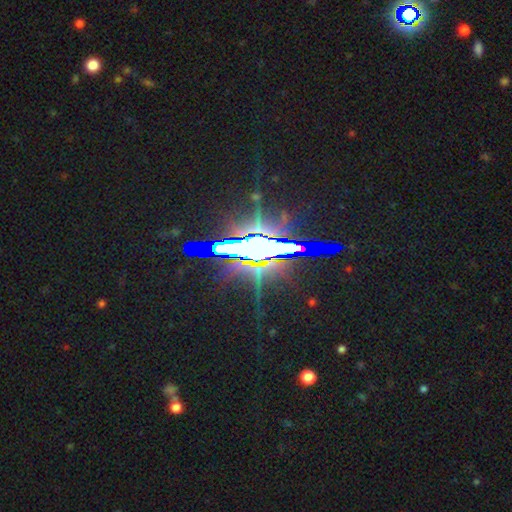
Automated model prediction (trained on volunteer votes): A star or artifact, not a galaxy (74%).

Vote fractions:
- Smooth or featured? star or artifact: 74% / featured or disk: 18% / smooth: 8%